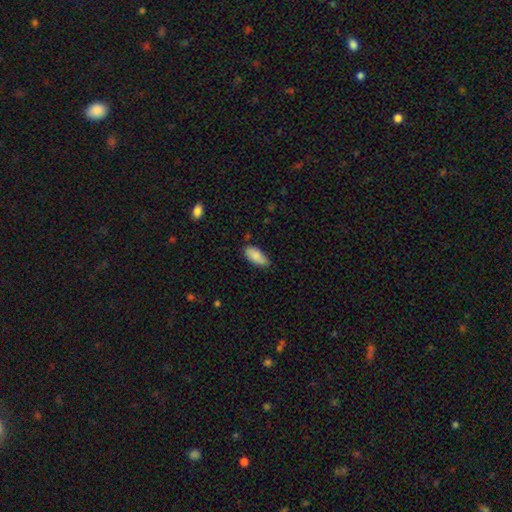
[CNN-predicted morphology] Smooth or featured? Predicted: smooth (p=0.86). How rounded? Predicted: in between (p=0.90). Merging? Predicted: none (p=0.71).